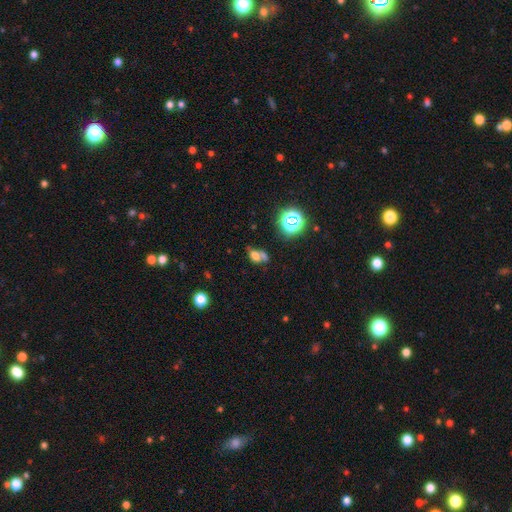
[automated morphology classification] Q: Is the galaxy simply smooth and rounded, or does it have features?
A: smooth — 60%.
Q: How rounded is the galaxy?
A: in between — 61%.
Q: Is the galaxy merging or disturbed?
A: merger — 43%.